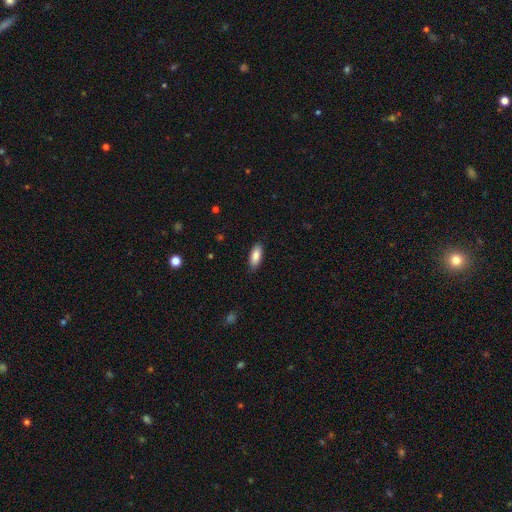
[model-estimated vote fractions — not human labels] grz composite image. It shows a smooth galaxy with no disk features (87%) that is in between round and cigar-shaped (81%). Merging: none (87%).